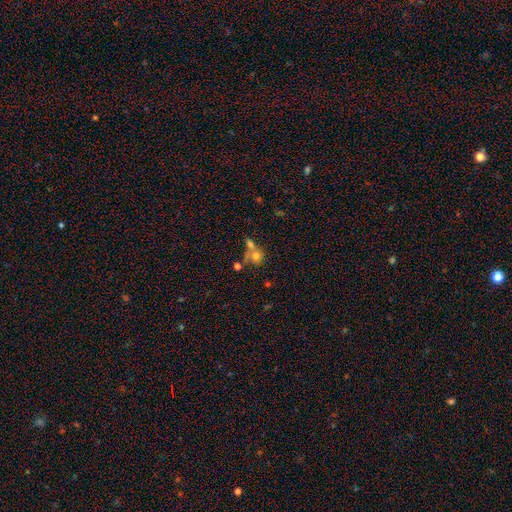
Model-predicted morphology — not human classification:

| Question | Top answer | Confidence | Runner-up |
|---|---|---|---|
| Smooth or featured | smooth | 68% | featured or disk (18%) |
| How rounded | round | 79% | in between (20%) |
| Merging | merger | 47% | none (36%) |